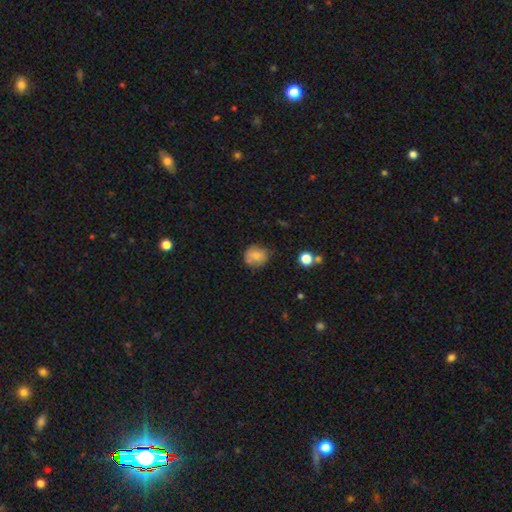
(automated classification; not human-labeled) smooth_or_featured: smooth (p=0.73) [alt: featured or disk p=0.18]
how_rounded: round (p=0.74) [alt: in between p=0.25]
merging: none (p=0.59) [alt: minor disturbance p=0.25]